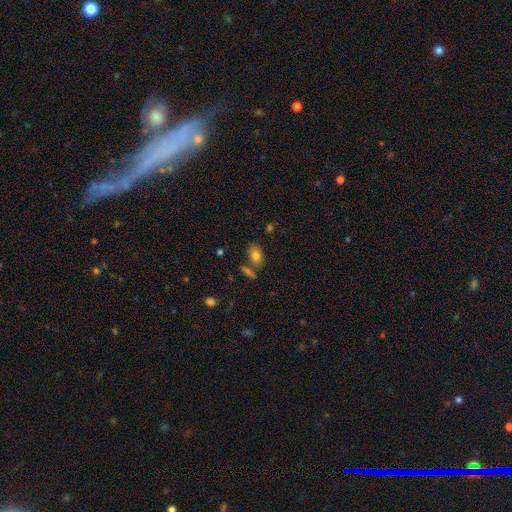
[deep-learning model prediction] Smooth or featured?
  - smooth: 78% *
  - featured or disk: 13%
  - star or artifact: 9%
How rounded?
  - in between: 85% *
  - round: 12%
  - cigar-shaped: 3%
Merging?
  - none: 67% *
  - minor disturbance: 14%
  - merger: 14%
  - major disturbance: 4%